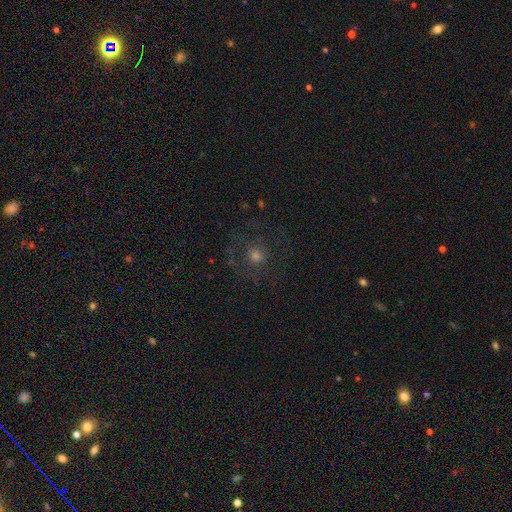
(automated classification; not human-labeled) Q: Smooth or featured?
A: smooth (39%); runner-up: featured or disk (37%)
Q: Merging?
A: none (72%); runner-up: major disturbance (13%)